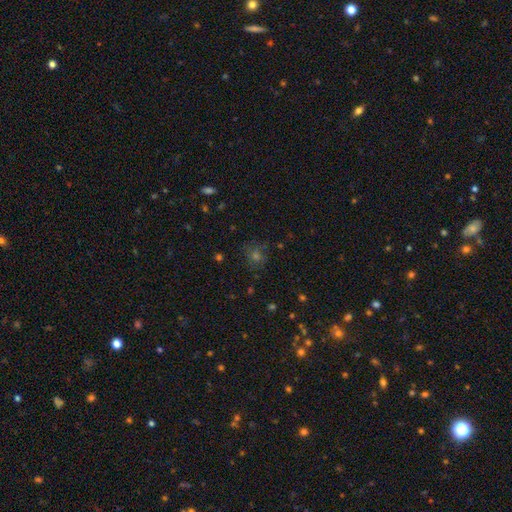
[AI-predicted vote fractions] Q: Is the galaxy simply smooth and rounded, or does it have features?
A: smooth — 45%.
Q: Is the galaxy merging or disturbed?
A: none — 78%.